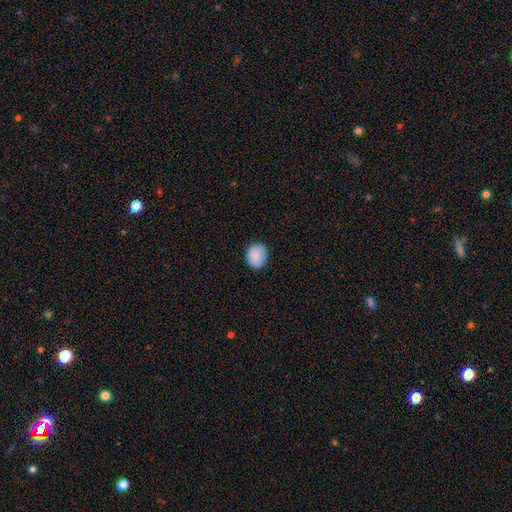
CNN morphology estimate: The model was most divided on "how rounded": round: 69%, in between: 30%, cigar-shaped: 1%. More confident: smooth or featured — smooth (88%); merging — none (87%).